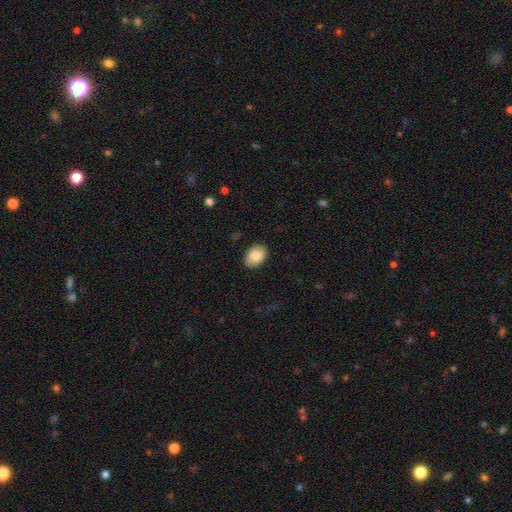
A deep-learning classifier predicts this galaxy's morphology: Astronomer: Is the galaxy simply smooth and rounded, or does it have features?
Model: smooth — 86%.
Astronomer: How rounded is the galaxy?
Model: in between — 82%.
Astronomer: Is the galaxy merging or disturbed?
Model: none — 87%.